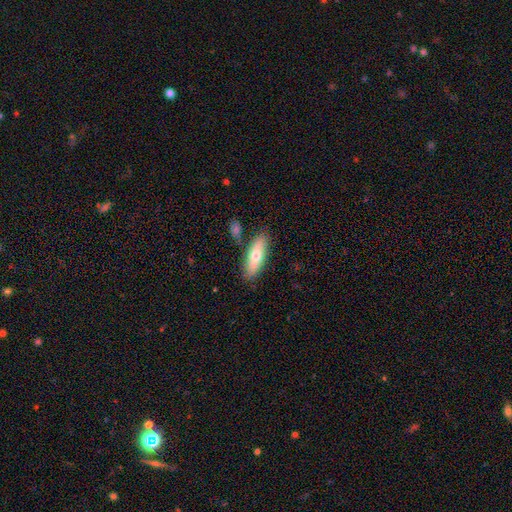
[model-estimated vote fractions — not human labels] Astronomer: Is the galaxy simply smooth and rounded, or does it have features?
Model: smooth — 69%.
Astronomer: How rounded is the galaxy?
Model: in between — 56% (runner-up: cigar-shaped, 42%).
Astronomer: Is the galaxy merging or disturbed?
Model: none — 78%.